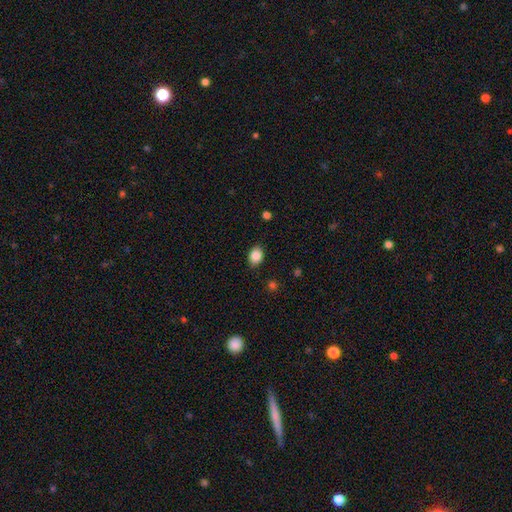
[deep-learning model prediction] This is clearly a smooth galaxy (87%). How rounded: likely in between (66%). Merging: clearly none (85%).